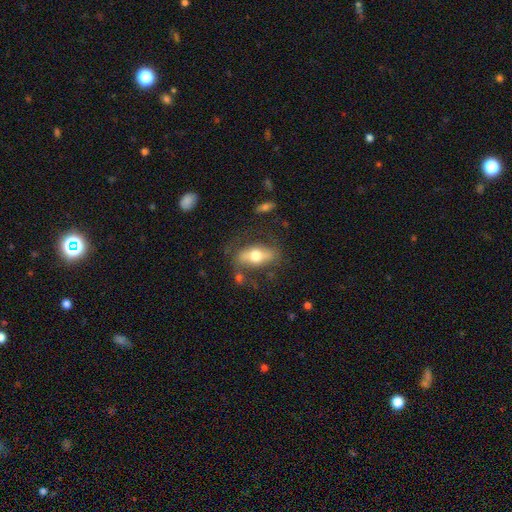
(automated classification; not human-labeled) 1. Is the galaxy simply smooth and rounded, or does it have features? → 48% smooth, 45% featured or disk, 7% star or artifact.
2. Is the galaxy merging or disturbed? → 66% none, 19% minor disturbance, 12% major disturbance, 4% merger.